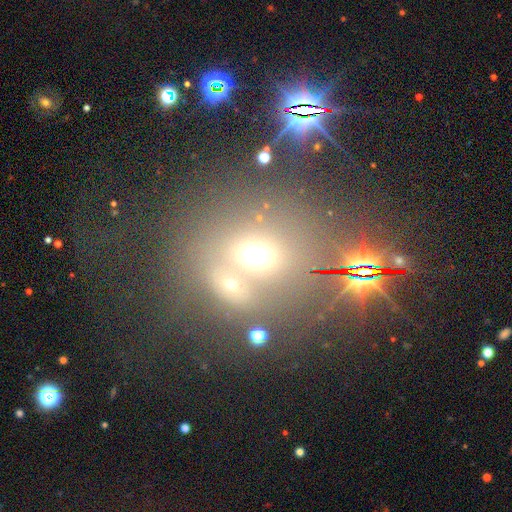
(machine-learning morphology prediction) type=smooth (53%); roundness=round (69%); merging=none (46%).